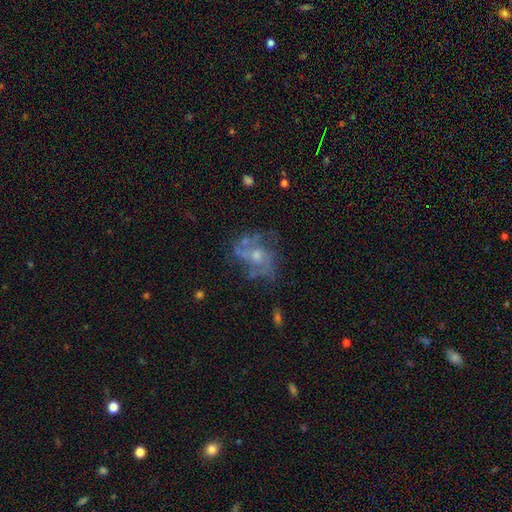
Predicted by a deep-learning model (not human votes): This appears to be a featured or disk galaxy (70%) with no bar (76%), spiral arms (63%) and a moderate central bulge (48%). Merging: none (52%).